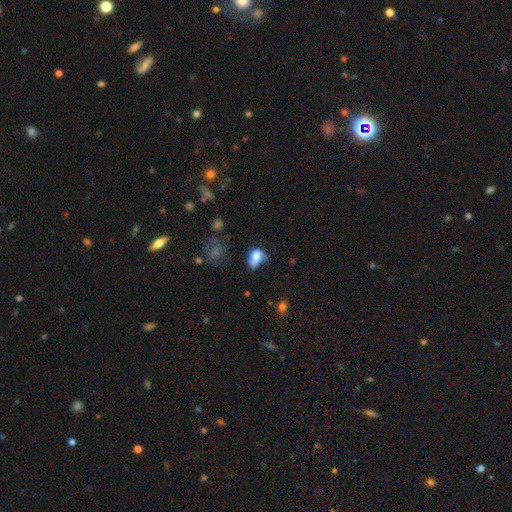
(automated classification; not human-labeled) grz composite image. It shows a smooth galaxy with no disk features (74%) that is in between round and cigar-shaped (68%). Merging: minor disturbance (34%).